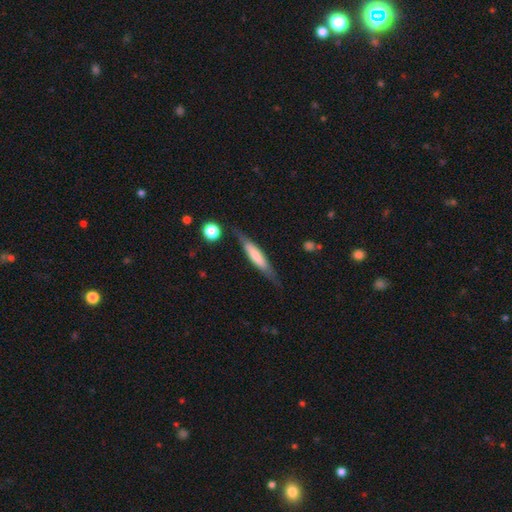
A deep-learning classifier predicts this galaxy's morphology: Smooth or featured?
  - smooth: 58% *
  - featured or disk: 36%
  - star or artifact: 6%
How rounded?
  - cigar-shaped: 86% *
  - in between: 12%
  - round: 1%
Merging?
  - none: 77% *
  - minor disturbance: 16%
  - major disturbance: 4%
  - merger: 3%